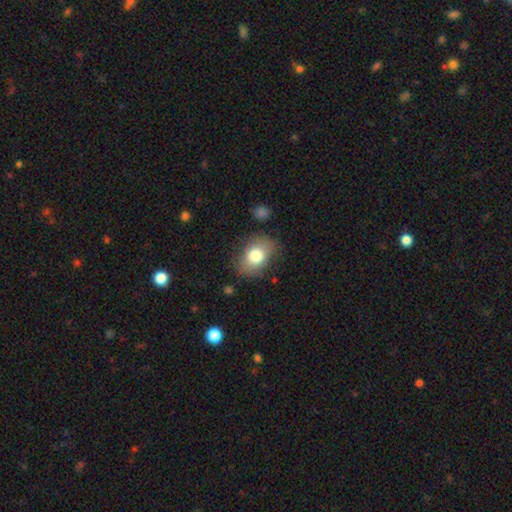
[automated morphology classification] This is likely a smooth galaxy (78%). How rounded: likely in between (75%). Merging: likely none (77%).